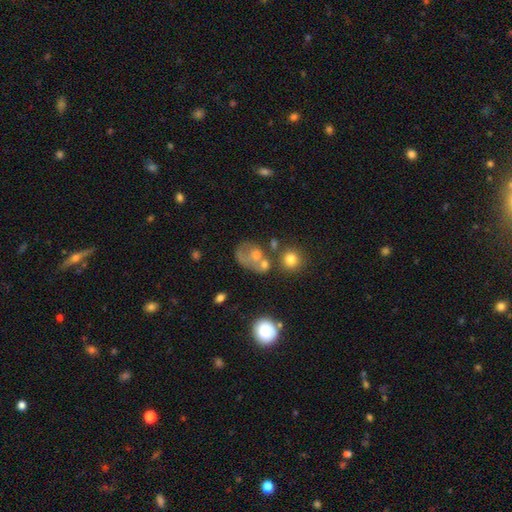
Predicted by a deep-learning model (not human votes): A smooth galaxy with no disk features (47%). Merging: none (33%).